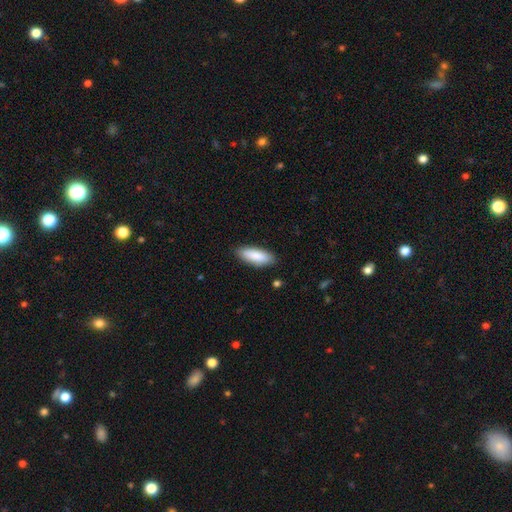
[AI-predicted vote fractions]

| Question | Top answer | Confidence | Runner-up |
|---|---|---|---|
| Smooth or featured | smooth | 87% | featured or disk (7%) |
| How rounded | in between | 63% | cigar-shaped (35%) |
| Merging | none | 87% | minor disturbance (10%) |